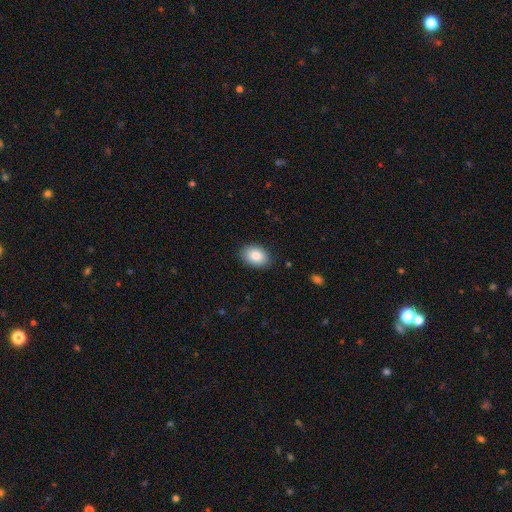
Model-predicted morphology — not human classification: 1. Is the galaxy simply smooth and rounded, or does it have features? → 85% smooth, 8% featured or disk, 7% star or artifact.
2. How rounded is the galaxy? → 83% in between, 16% round, 1% cigar-shaped.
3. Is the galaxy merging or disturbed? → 87% none, 10% minor disturbance, 2% major disturbance, 1% merger.